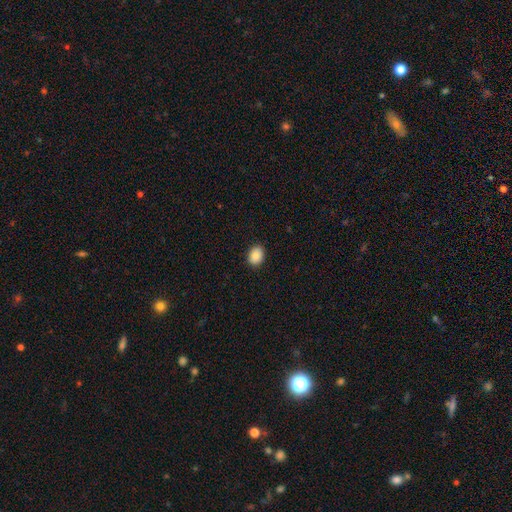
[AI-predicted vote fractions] Morphology: type=smooth (89%); roundness=in between (62%); merging=none (89%).